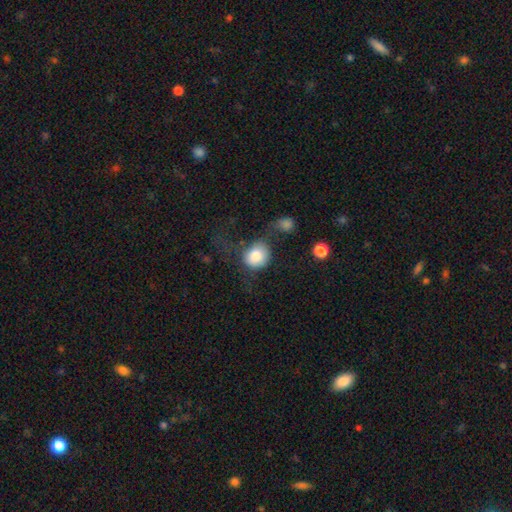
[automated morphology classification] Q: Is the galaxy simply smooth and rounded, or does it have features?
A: smooth — 82%.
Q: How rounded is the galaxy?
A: round — 77%.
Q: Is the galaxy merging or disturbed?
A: none — 47%.